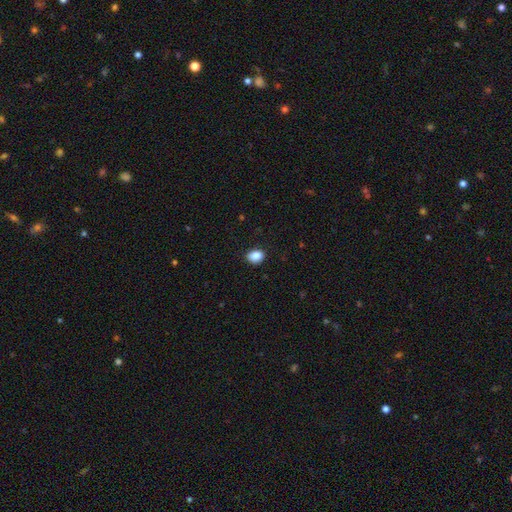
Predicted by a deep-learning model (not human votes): smooth-or-featured: smooth: 88% | star or artifact: 9% | featured or disk: 4%
  how-rounded: in between: 60% | round: 39% | cigar-shaped: 1%
  merging: none: 87% | minor disturbance: 10% | major disturbance: 2% | merger: 1%